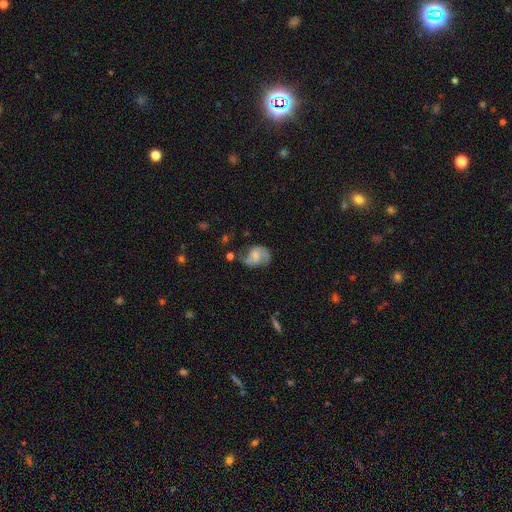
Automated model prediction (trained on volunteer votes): Overall: featured or disk (59%; smooth 33%). Edge-on disk: no (97%). Bar: no (48%; weak 42%). Spiral arms: yes (85%). Bulge size: moderate (36%; small 35%). Merging: none (48%; minor disturbance 27%).